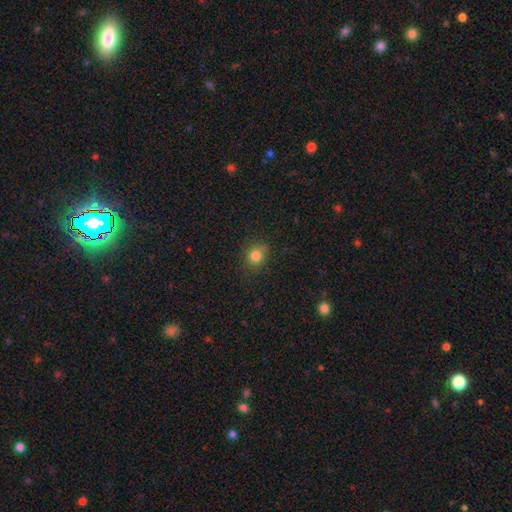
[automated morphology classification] type=smooth (81%); roundness=round (83%); merging=none (80%).